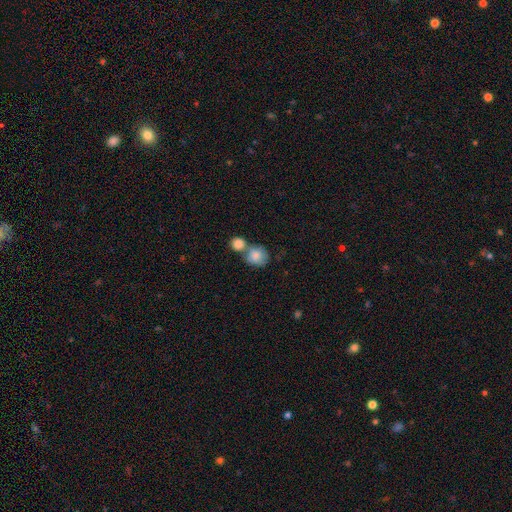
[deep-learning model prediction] Q: Smooth or featured?
A: smooth (82%); runner-up: featured or disk (11%)
Q: How rounded?
A: round (77%); runner-up: in between (22%)
Q: Merging?
A: merger (55%); runner-up: none (32%)